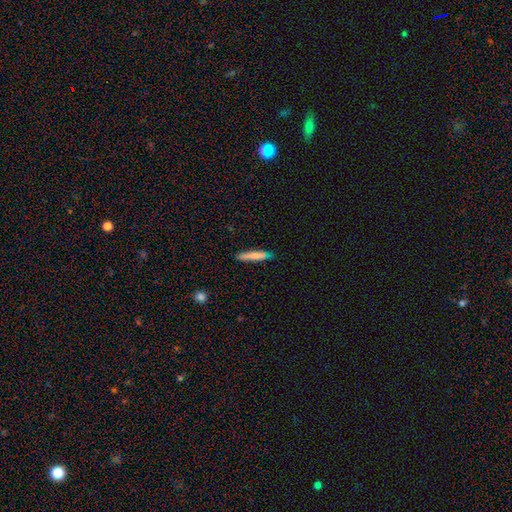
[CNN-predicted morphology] The model was most divided on "smooth or featured": smooth: 79%, featured or disk: 14%, star or artifact: 6%. More confident: how rounded — cigar-shaped (92%); merging — none (81%).